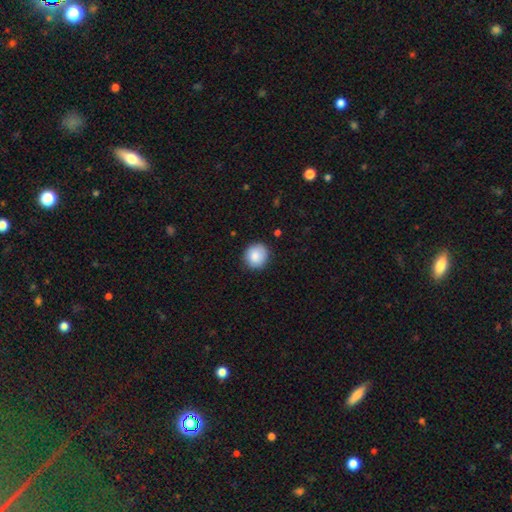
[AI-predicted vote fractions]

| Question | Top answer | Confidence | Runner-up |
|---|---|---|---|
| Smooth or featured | smooth | 87% | star or artifact (7%) |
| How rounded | round | 86% | in between (13%) |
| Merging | none | 84% | minor disturbance (12%) |